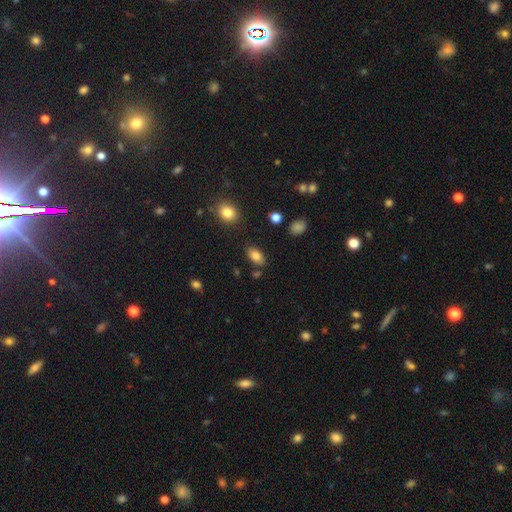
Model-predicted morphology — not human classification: A smooth galaxy with no disk features (83%) that is in between round and cigar-shaped (92%).

Vote fractions:
- Smooth or featured? smooth: 83% / star or artifact: 9% / featured or disk: 8%
- How rounded? in between: 92% / round: 6% / cigar-shaped: 3%
- Merging? none: 81% / minor disturbance: 12% / merger: 4% / major disturbance: 3%